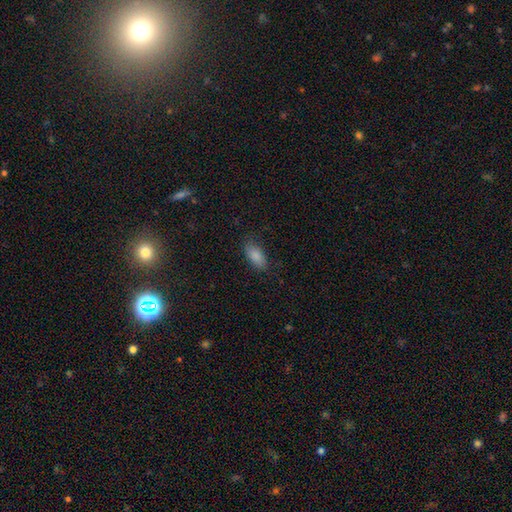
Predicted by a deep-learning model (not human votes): smooth 87%, star or artifact 7%, featured or disk 6%. Down the decision tree: how rounded — in between (91%); merging — none (80%).